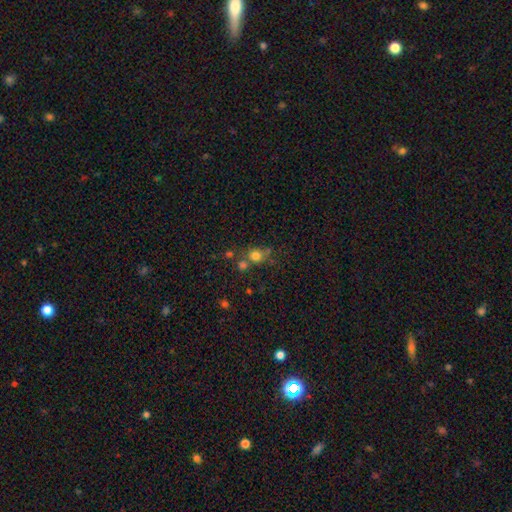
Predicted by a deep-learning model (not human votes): A smooth galaxy with no disk features (74%) that is round (79%). Merging: none (54%).